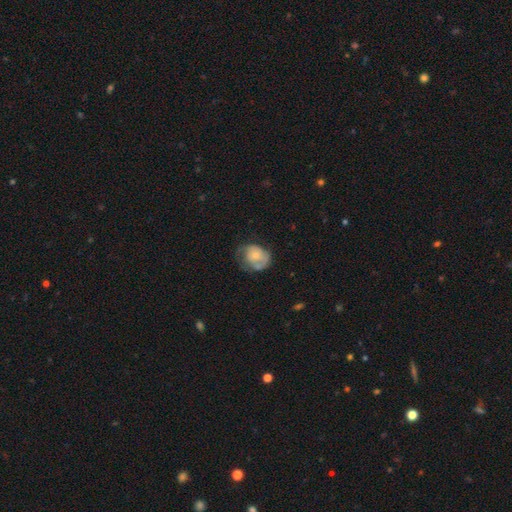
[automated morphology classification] Smooth or featured: smooth — 48% (featured or disk — 45%)
Merging: none — 39% (minor disturbance — 32%)